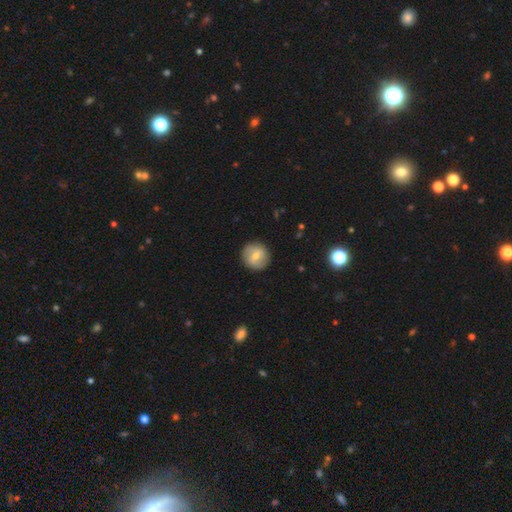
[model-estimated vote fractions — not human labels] Smooth or featured?
  - smooth: 60% *
  - featured or disk: 32%
  - star or artifact: 8%
How rounded?
  - round: 93% *
  - in between: 6%
  - cigar-shaped: 1%
Merging?
  - none: 89% *
  - minor disturbance: 7%
  - major disturbance: 2%
  - merger: 1%